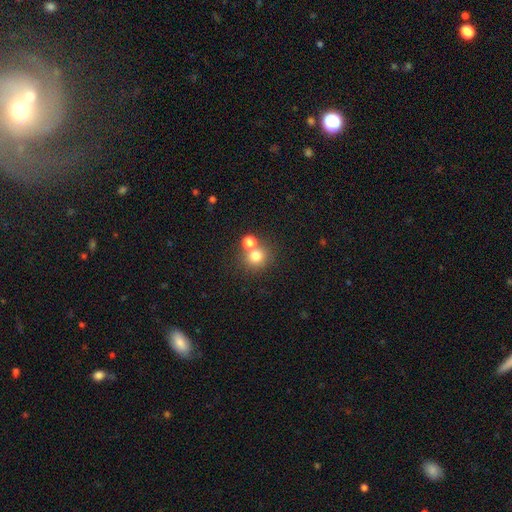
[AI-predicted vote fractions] A smooth galaxy with no disk features (76%) that is round (86%). Merging: none (58%).